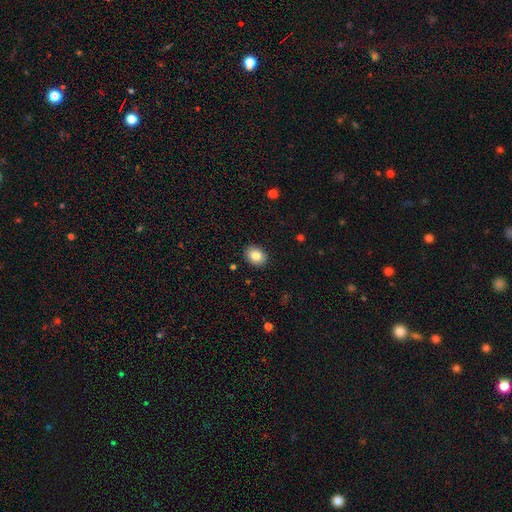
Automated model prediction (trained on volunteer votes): The model was most divided on "how rounded": in between: 52%, round: 47%, cigar-shaped: 1%. More confident: merging — none (90%); smooth or featured — smooth (84%).